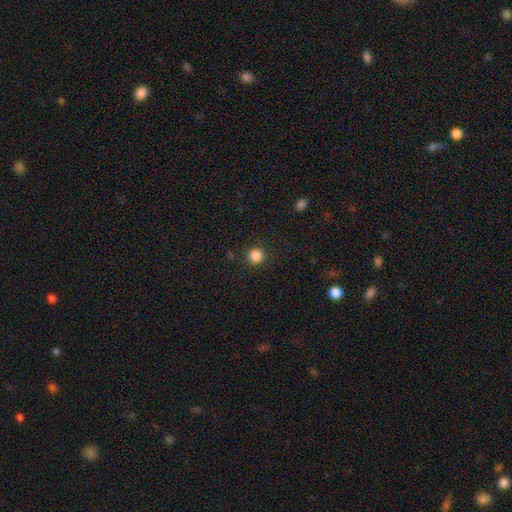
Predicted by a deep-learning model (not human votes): smooth 86%, star or artifact 11%, featured or disk 3%. Down the decision tree: how rounded — round (94%); merging — none (90%).